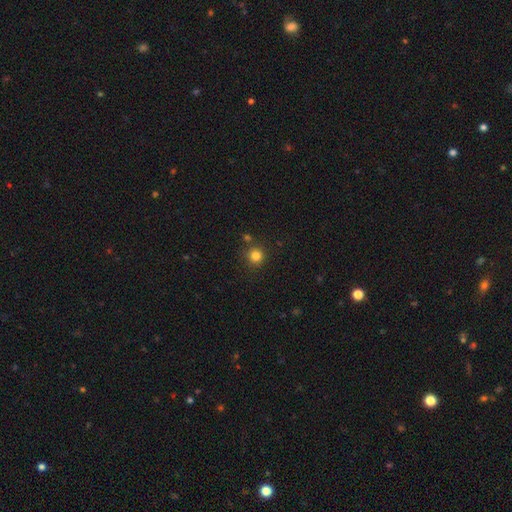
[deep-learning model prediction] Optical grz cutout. It shows a smooth galaxy with no disk features (82%) that is round (94%). Merging: none (82%).